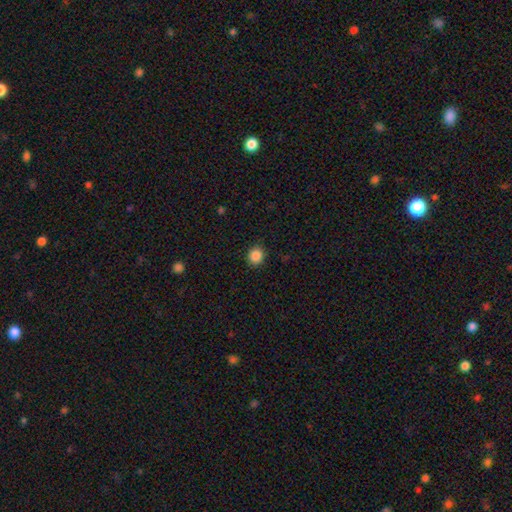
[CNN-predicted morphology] Smooth or featured?
  - smooth: 87% *
  - star or artifact: 10%
  - featured or disk: 3%
How rounded?
  - round: 84% *
  - in between: 15%
  - cigar-shaped: 1%
Merging?
  - none: 90% *
  - minor disturbance: 7%
  - major disturbance: 2%
  - merger: 1%